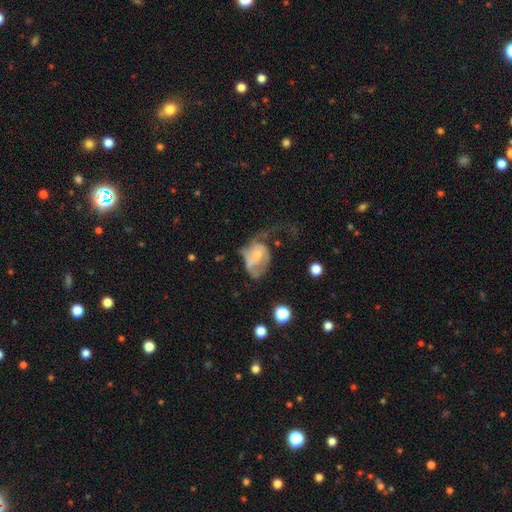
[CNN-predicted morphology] This appears to be a featured or disk galaxy (58%) with no bar (62%), spiral arms (62%) and a small central bulge (52%). Merging: major disturbance (59%).